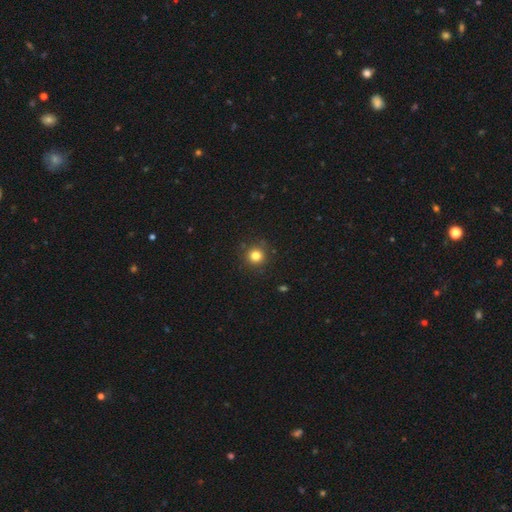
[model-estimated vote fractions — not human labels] Morphology: type=smooth (82%); roundness=round (94%); merging=none (89%).